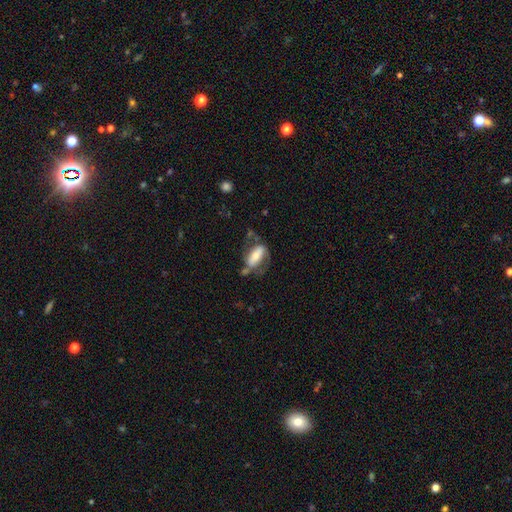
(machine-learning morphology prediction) A smooth galaxy with no disk features (50%). Merging: none (42%).